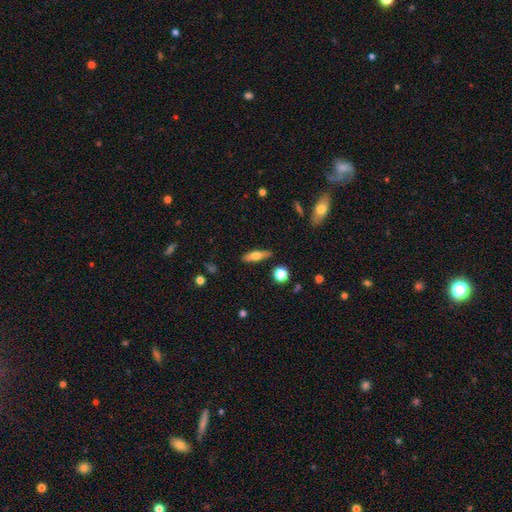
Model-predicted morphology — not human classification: smooth 53%, featured or disk 40%, star or artifact 7%. Down the decision tree: how rounded — cigar-shaped (59%); merging — none (87%).